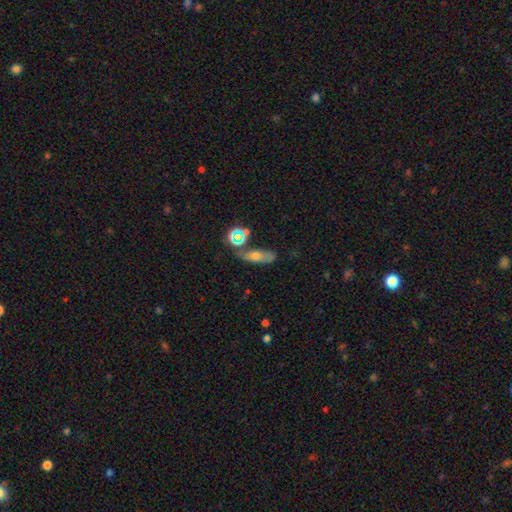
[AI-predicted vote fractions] Smooth or featured? Predicted: featured or disk (p=0.39, tied with smooth). Merging? Predicted: none (p=0.56).